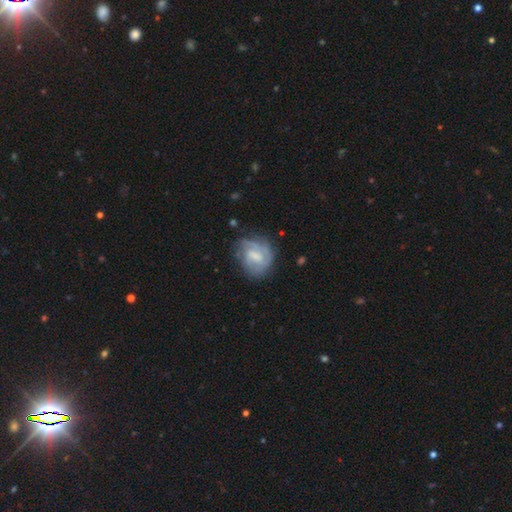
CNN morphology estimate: A featured or disk galaxy (60%) with a weak bar (54%), spiral arms (76%) and a moderate central bulge (36%). Merging: none (57%).